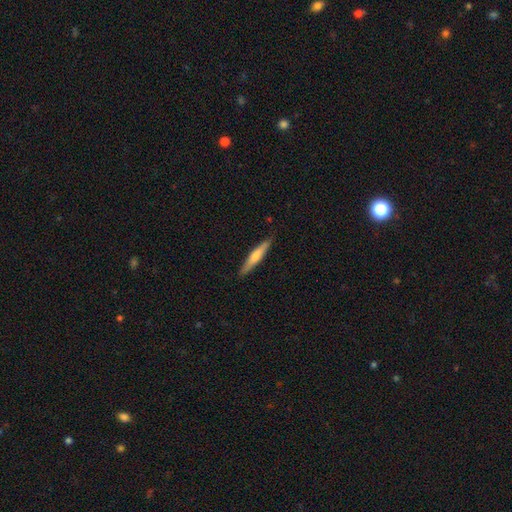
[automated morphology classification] Smooth or featured: smooth — 56% (featured or disk — 39%)
How rounded: cigar-shaped — 92% (in between — 7%)
Merging: none — 89% (minor disturbance — 8%)